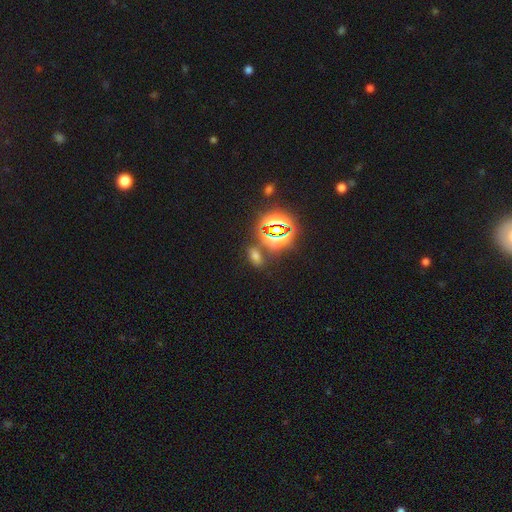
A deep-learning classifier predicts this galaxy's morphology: Overall: smooth (48%; star or artifact 44%). Merging: none (73%).